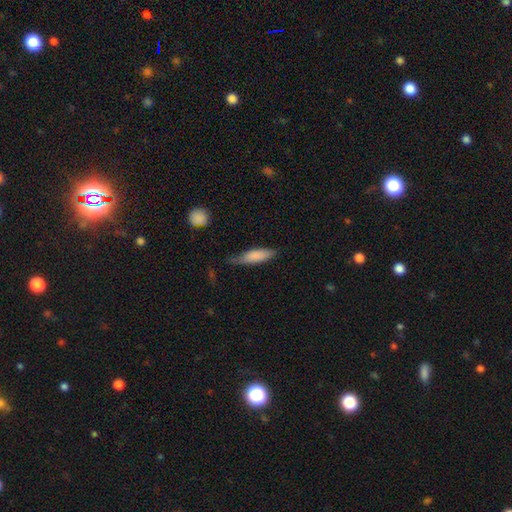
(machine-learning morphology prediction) A smooth galaxy with no disk features (81%) that is cigar-shaped (57%). Merging: none (55%).